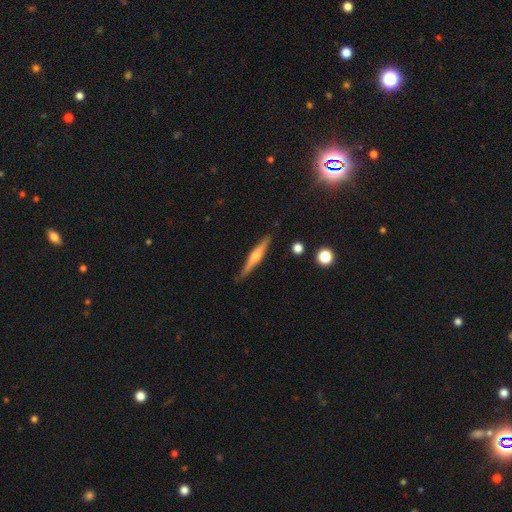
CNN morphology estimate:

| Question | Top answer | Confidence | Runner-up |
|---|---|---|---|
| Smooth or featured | featured or disk | 69% | smooth (24%) |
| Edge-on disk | yes | 97% | no (3%) |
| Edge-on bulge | rounded | 89% | boxy (6%) |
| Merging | none | 86% | minor disturbance (10%) |